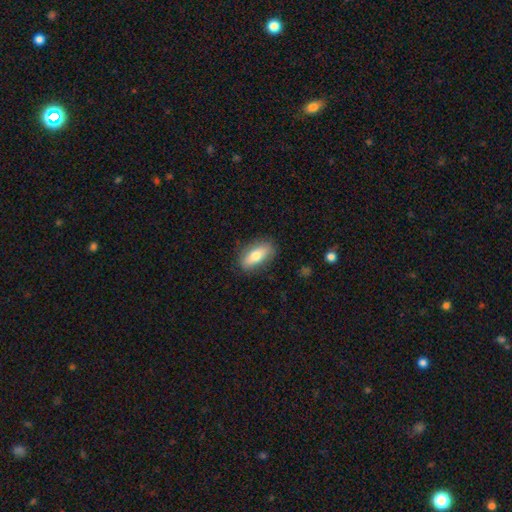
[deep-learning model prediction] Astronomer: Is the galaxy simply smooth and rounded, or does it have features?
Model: smooth — 71%.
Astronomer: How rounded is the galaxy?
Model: in between — 78%.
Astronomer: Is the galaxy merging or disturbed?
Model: none — 83%.